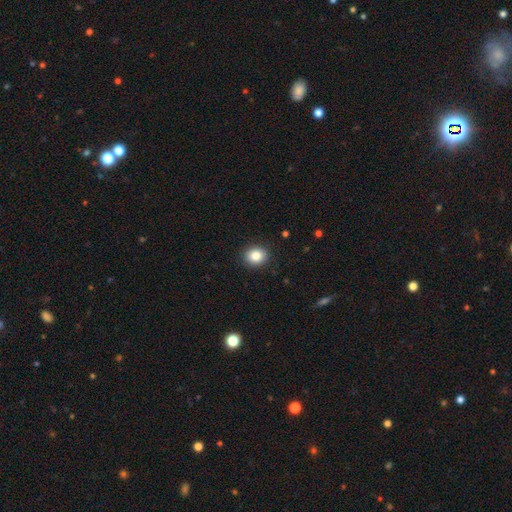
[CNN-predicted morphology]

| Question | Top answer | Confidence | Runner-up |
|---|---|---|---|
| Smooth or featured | smooth | 85% | star or artifact (9%) |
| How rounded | round | 71% | in between (28%) |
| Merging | none | 91% | minor disturbance (6%) |